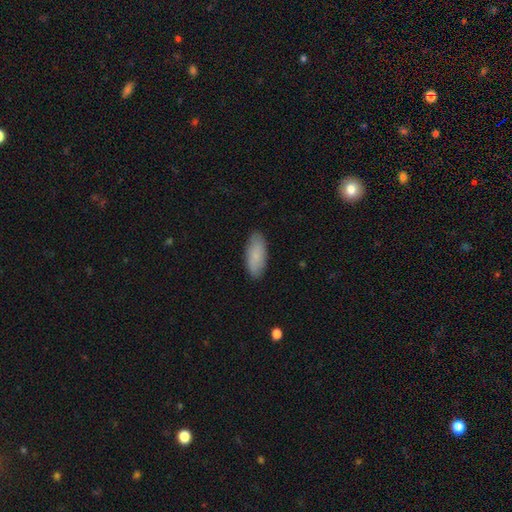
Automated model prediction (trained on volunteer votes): Q: Smooth or featured?
A: smooth (83%); runner-up: featured or disk (11%)
Q: How rounded?
A: in between (83%); runner-up: cigar-shaped (15%)
Q: Merging?
A: none (87%); runner-up: minor disturbance (10%)